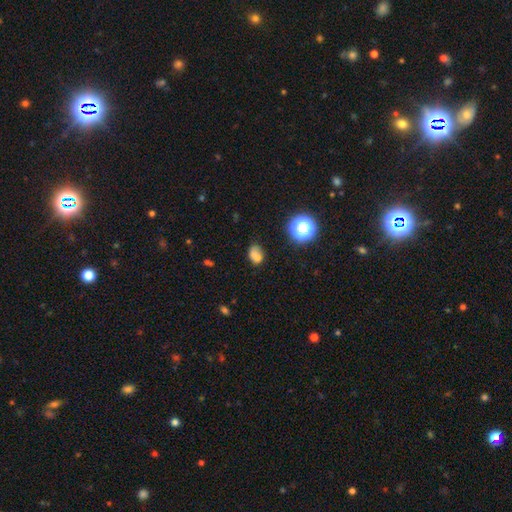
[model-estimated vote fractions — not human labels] Q: Smooth or featured?
A: smooth (68%); runner-up: star or artifact (16%)
Q: How rounded?
A: in between (61%); runner-up: round (38%)
Q: Merging?
A: none (44%); runner-up: merger (30%)